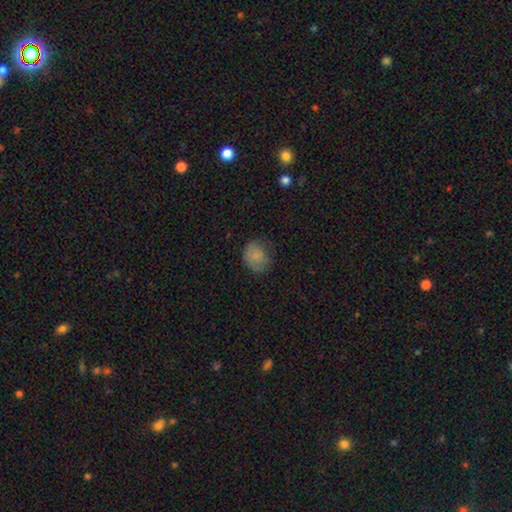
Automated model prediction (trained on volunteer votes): Smooth or featured? smooth (80%)
How rounded? round (64%)
Merging? none (63%)